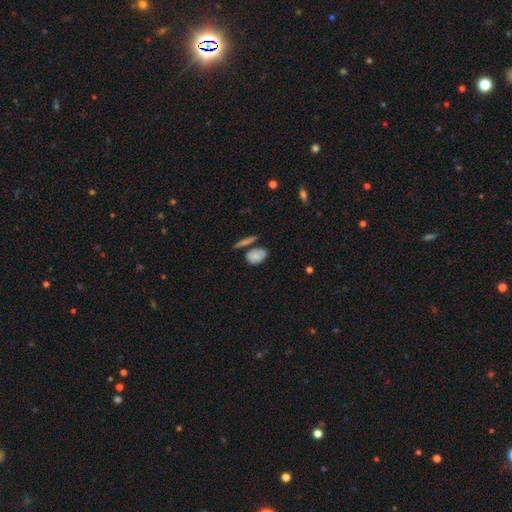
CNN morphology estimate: smooth-or-featured: smooth: 74% | featured or disk: 17% | star or artifact: 9%
  how-rounded: in between: 78% | round: 18% | cigar-shaped: 3%
  merging: none: 54% | minor disturbance: 20% | merger: 19% | major disturbance: 7%